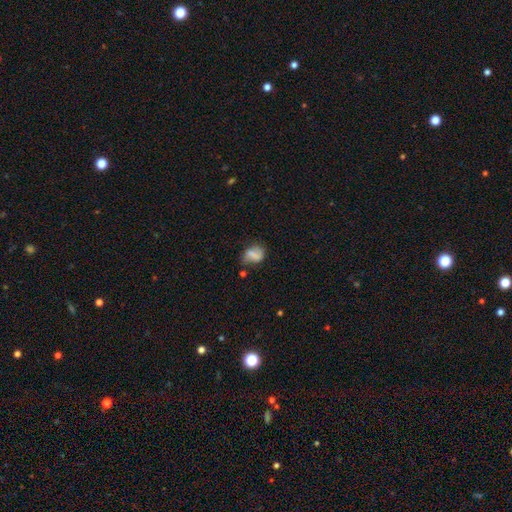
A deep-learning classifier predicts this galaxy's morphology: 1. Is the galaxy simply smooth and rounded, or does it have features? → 58% smooth, 32% featured or disk, 10% star or artifact.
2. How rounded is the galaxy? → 66% in between, 32% round, 2% cigar-shaped.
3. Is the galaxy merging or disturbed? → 54% none, 28% minor disturbance, 12% major disturbance, 6% merger.